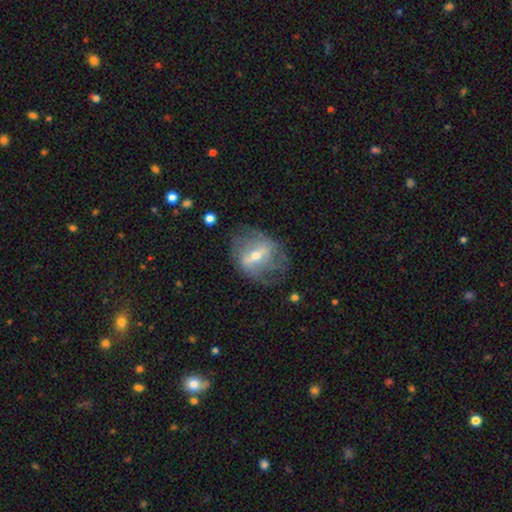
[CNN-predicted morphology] smooth_or_featured: featured or disk (p=0.75) [alt: smooth p=0.18]
disk_edge_on: no (p=0.93) [alt: yes p=0.07]
bar: strong (p=0.52) [alt: weak p=0.36]
has_spiral_arms: yes (p=0.67) [alt: no p=0.33]
bulge_size: moderate (p=0.51) [alt: small p=0.44]
merging: none (p=0.60) [alt: minor disturbance p=0.22]